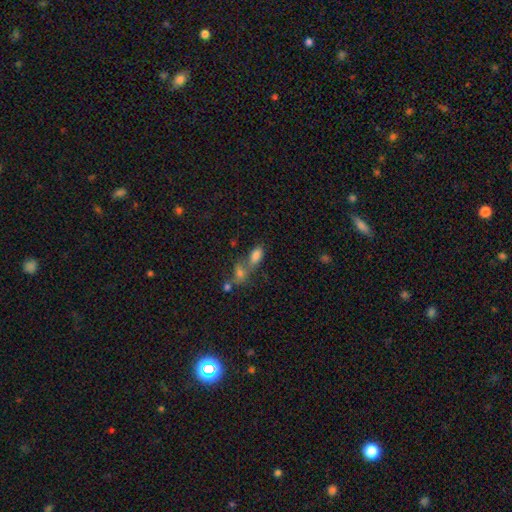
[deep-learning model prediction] Smooth or featured?
  - smooth: 79% *
  - star or artifact: 11%
  - featured or disk: 9%
How rounded?
  - in between: 89% *
  - round: 6%
  - cigar-shaped: 5%
Merging?
  - merger: 45% *
  - none: 38%
  - minor disturbance: 12%
  - major disturbance: 6%